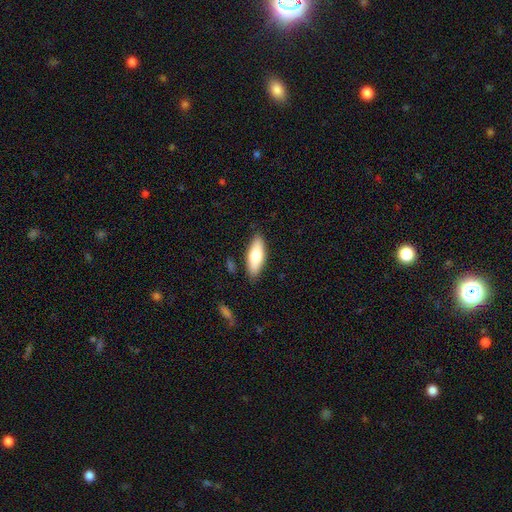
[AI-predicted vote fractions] Smooth or featured? smooth (69%)
How rounded? in between (66%)
Merging? none (86%)